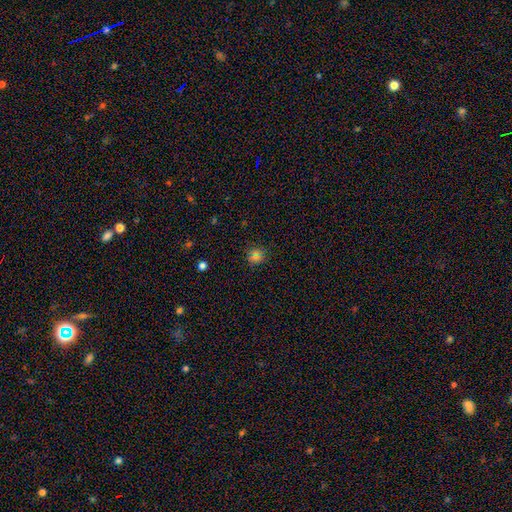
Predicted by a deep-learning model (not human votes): smooth-or-featured: smooth: 76% | star or artifact: 17% | featured or disk: 6%
  how-rounded: round: 88% | in between: 11% | cigar-shaped: 1%
  merging: none: 86% | minor disturbance: 10% | major disturbance: 3% | merger: 2%